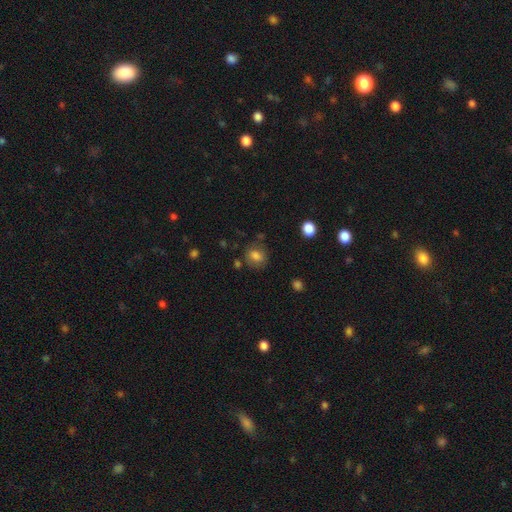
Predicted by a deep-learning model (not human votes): A smooth galaxy with no disk features (79%) that is round (54%).

Vote fractions:
- Smooth or featured? smooth: 79% / star or artifact: 11% / featured or disk: 9%
- How rounded? round: 54% / in between: 45% / cigar-shaped: 1%
- Merging? none: 75% / minor disturbance: 15% / major disturbance: 6% / merger: 4%